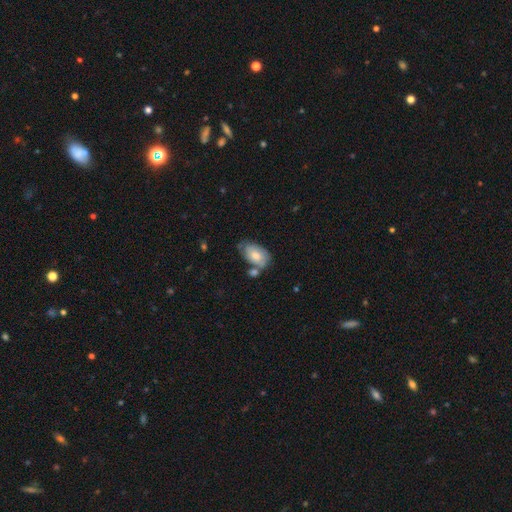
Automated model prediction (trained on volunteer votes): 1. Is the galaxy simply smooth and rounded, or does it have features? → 66% smooth, 27% featured or disk, 6% star or artifact.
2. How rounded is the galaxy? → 92% in between, 7% round, 2% cigar-shaped.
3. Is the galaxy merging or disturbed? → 48% none, 24% minor disturbance, 19% merger, 8% major disturbance.